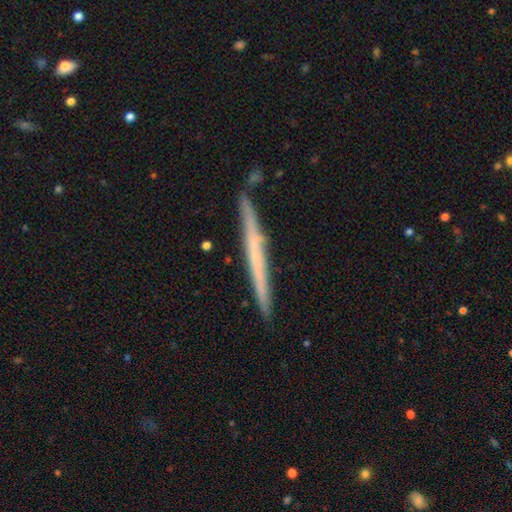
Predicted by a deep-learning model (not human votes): Smooth or featured: featured or disk — 54% (smooth — 40%)
Edge-on disk: yes — 97% (no — 3%)
Edge-on bulge: none — 86% (rounded — 9%)
Merging: none — 88% (minor disturbance — 8%)